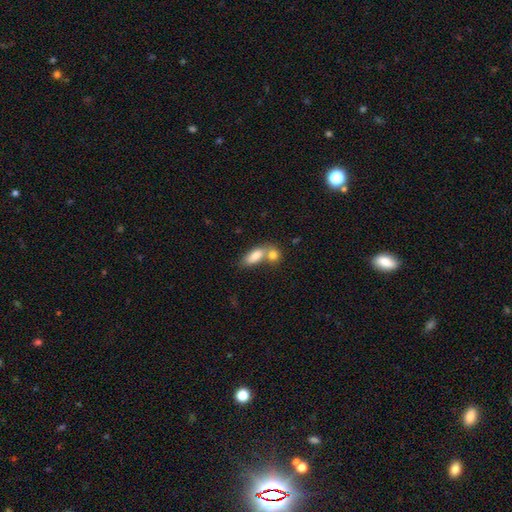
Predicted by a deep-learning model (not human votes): The model was most divided on "merging": merger: 52%, none: 34%, minor disturbance: 10%, major disturbance: 4%. More confident: smooth or featured — smooth (82%); how rounded — in between (79%).